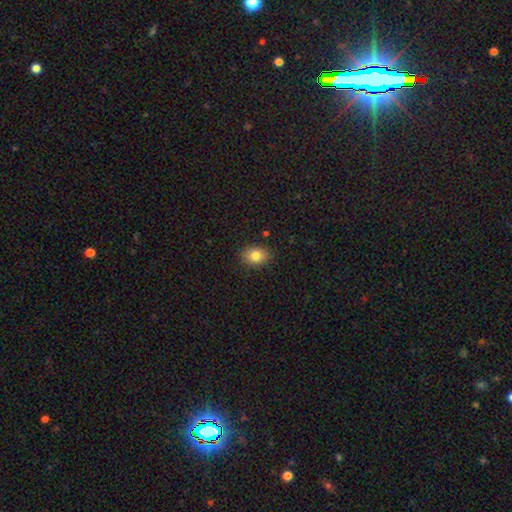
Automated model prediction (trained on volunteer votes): Smooth or featured?
  - smooth: 82% *
  - star or artifact: 9%
  - featured or disk: 9%
How rounded?
  - in between: 68% *
  - round: 31%
  - cigar-shaped: 1%
Merging?
  - none: 87% *
  - minor disturbance: 10%
  - major disturbance: 2%
  - merger: 1%